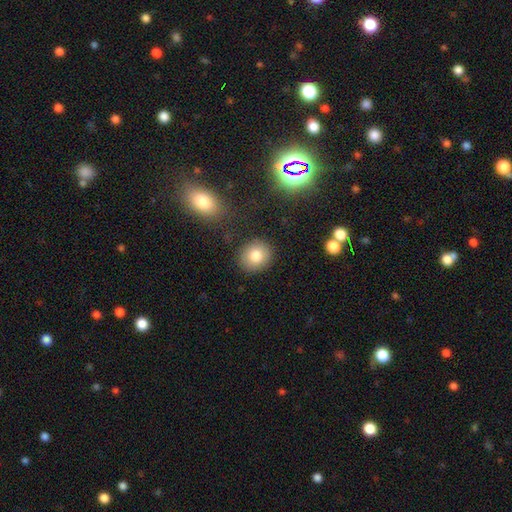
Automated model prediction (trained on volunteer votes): This is clearly a smooth galaxy (81%). How rounded: likely round (77%). Merging: clearly none (87%).